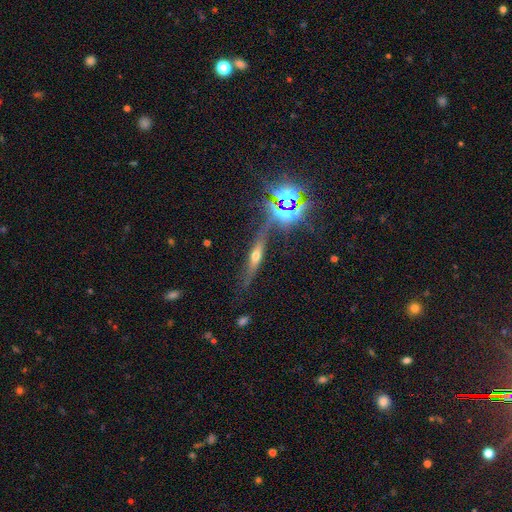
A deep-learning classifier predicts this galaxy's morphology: Q: Smooth or featured?
A: featured or disk (51%); runner-up: smooth (29%)
Q: Edge-on disk?
A: yes (87%); runner-up: no (13%)
Q: Merging?
A: none (74%); runner-up: minor disturbance (15%)